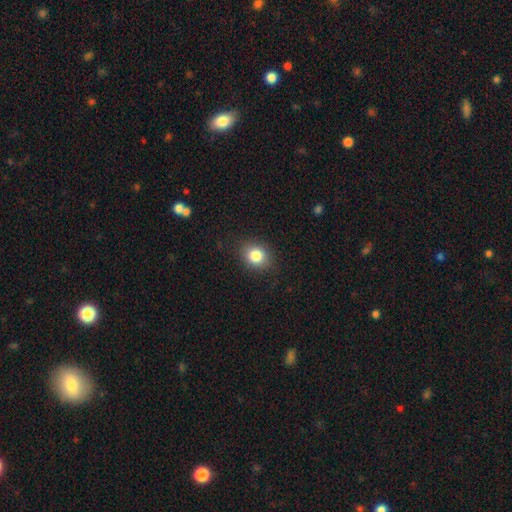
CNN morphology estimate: smooth_or_featured: smooth (p=0.83) [alt: star or artifact p=0.10]
how_rounded: round (p=0.64) [alt: in between p=0.35]
merging: none (p=0.87) [alt: minor disturbance p=0.09]